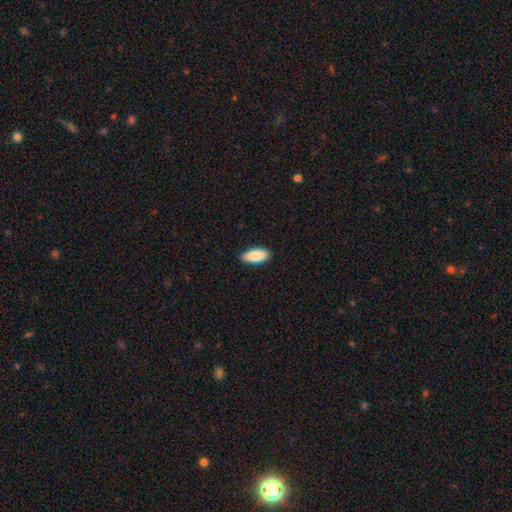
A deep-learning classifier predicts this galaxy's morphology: A smooth galaxy with no disk features (89%) that is in between round and cigar-shaped (83%). Merging: none (89%).